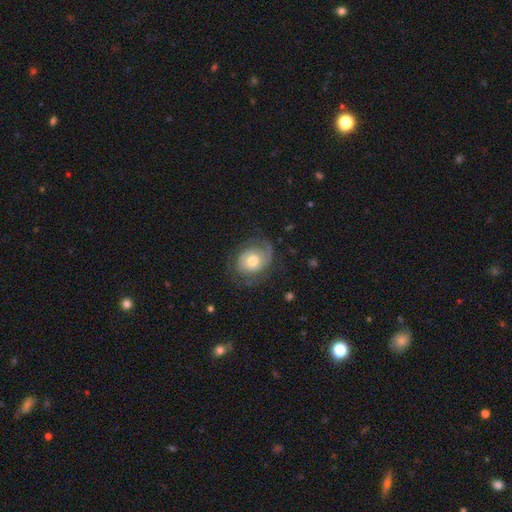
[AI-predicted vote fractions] featured or disk 44%, smooth 37%, star or artifact 19%. Down the decision tree: merging — none (78%).